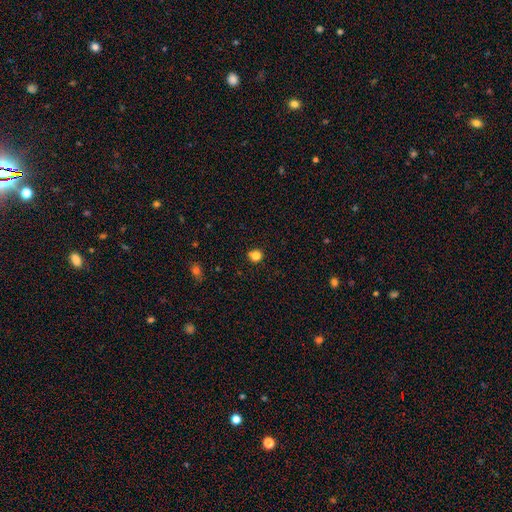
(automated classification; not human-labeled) The model was most divided on "merging": none: 78%, minor disturbance: 15%, major disturbance: 3%, merger: 3%. More confident: how rounded — round (84%); smooth or featured — smooth (82%).